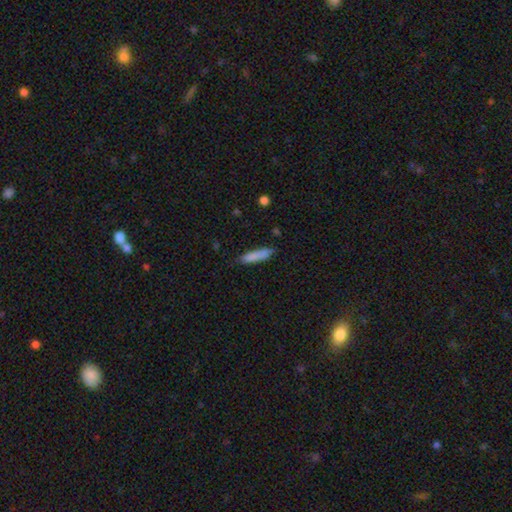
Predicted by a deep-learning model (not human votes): smooth_or_featured: smooth (p=0.85) [alt: featured or disk p=0.09]
how_rounded: cigar-shaped (p=0.80) [alt: in between p=0.18]
merging: none (p=0.79) [alt: minor disturbance p=0.16]